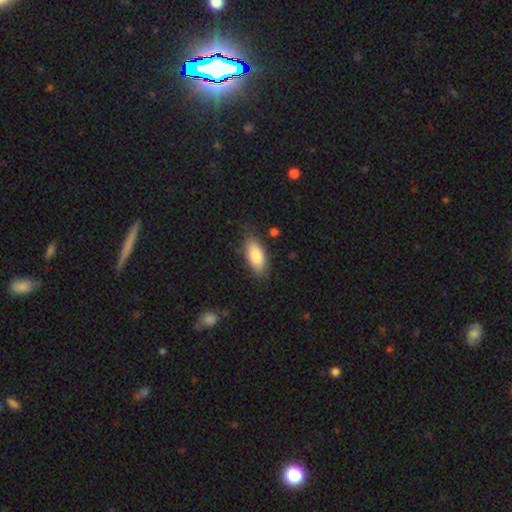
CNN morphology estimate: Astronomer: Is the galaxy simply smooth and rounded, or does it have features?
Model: smooth — 83%.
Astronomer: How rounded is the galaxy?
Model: in between — 86%.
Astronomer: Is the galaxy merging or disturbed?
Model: none — 80%.